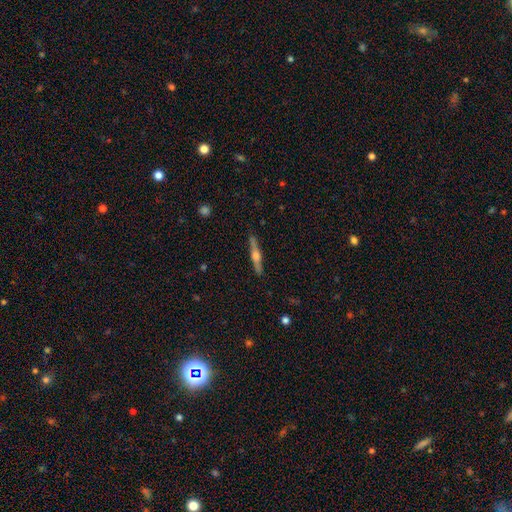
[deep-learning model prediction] featured or disk 71%, smooth 22%, star or artifact 6%. Down the decision tree: edge-on disk — yes (98%); edge-on bulge — rounded (82%); merging — none (89%).